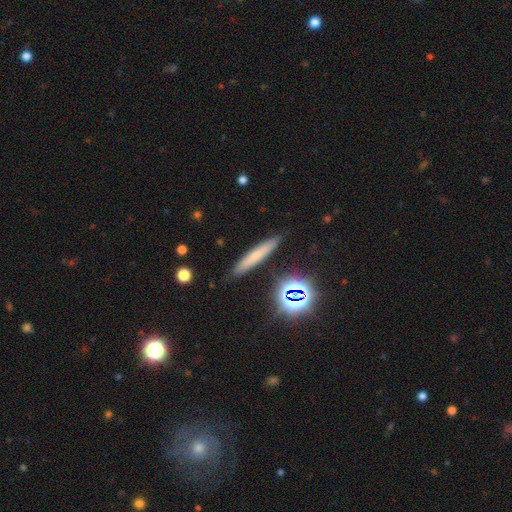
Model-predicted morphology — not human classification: A smooth galaxy with no disk features (61%) that is cigar-shaped (90%).

Vote fractions:
- Smooth or featured? smooth: 61% / featured or disk: 24% / star or artifact: 15%
- How rounded? cigar-shaped: 90% / in between: 7% / round: 3%
- Merging? none: 88% / minor disturbance: 8% / major disturbance: 2% / merger: 2%